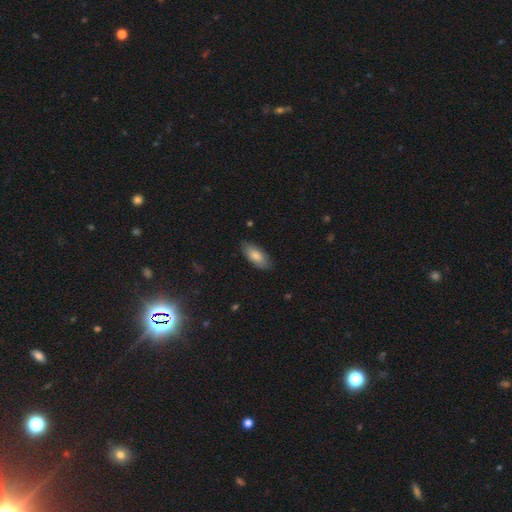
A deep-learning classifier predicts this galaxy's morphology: Smooth or featured? Predicted: smooth (p=0.82). How rounded? Predicted: in between (p=0.85). Merging? Predicted: none (p=0.84).